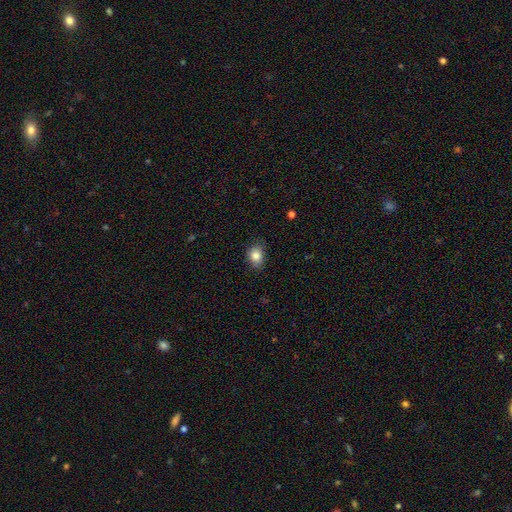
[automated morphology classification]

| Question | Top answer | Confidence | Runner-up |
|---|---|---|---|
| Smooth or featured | smooth | 84% | star or artifact (9%) |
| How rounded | in between | 63% | round (36%) |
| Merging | none | 78% | minor disturbance (18%) |